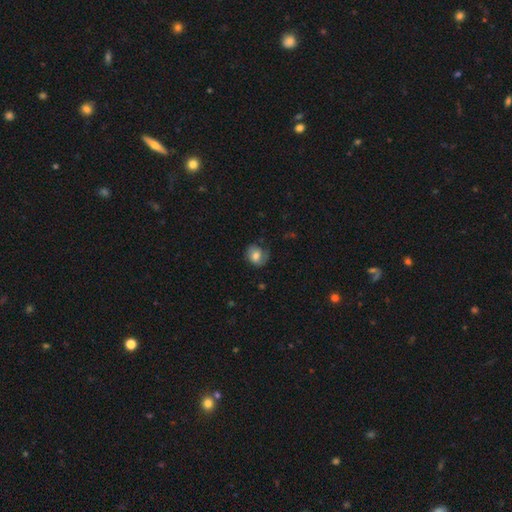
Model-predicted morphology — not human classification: This appears to be a smooth galaxy with no disk features (65%) that is round (64%). Merging: none (59%).